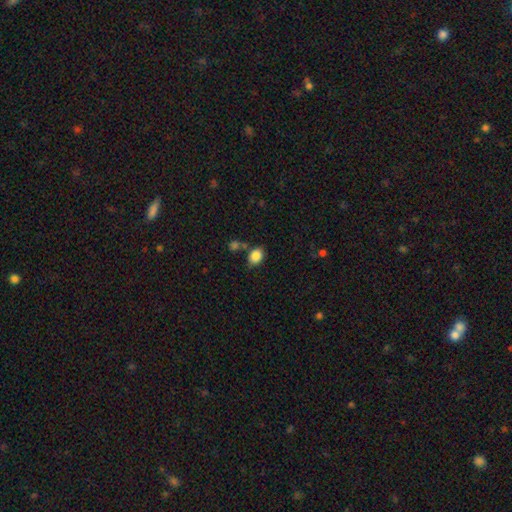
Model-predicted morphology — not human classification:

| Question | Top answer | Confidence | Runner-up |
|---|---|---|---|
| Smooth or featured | smooth | 86% | star or artifact (9%) |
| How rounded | in between | 68% | round (31%) |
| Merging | none | 66% | minor disturbance (17%) |